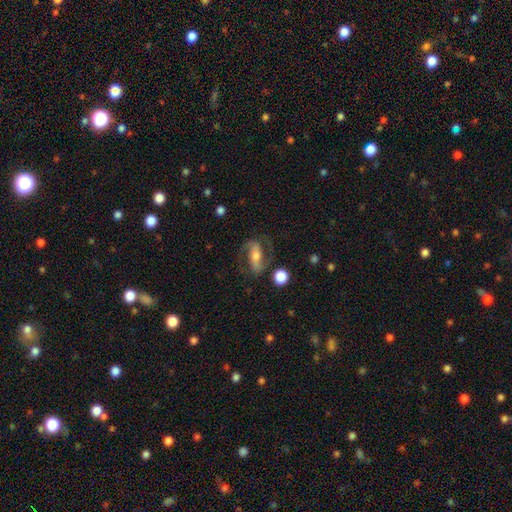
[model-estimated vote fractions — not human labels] Smooth or featured?
  - featured or disk: 75% *
  - smooth: 18%
  - star or artifact: 7%
Edge-on disk?
  - no: 93% *
  - yes: 7%
Bar?
  - strong: 44% *
  - weak: 29%
  - no: 26%
Spiral arms?
  - yes: 92% *
  - no: 8%
Spiral winding?
  - medium: 45% *
  - loose: 38%
  - tight: 17%
Spiral arm count?
  - 2: 90% *
  - can't tell: 4%
  - 1: 3%
  - 3: 1%
  - 4: 1%
  - more than 4: 1%
Bulge size?
  - moderate: 57% *
  - small: 31%
  - large: 8%
  - none: 2%
  - dominant: 2%
Merging?
  - none: 71% *
  - minor disturbance: 15%
  - major disturbance: 11%
  - merger: 3%